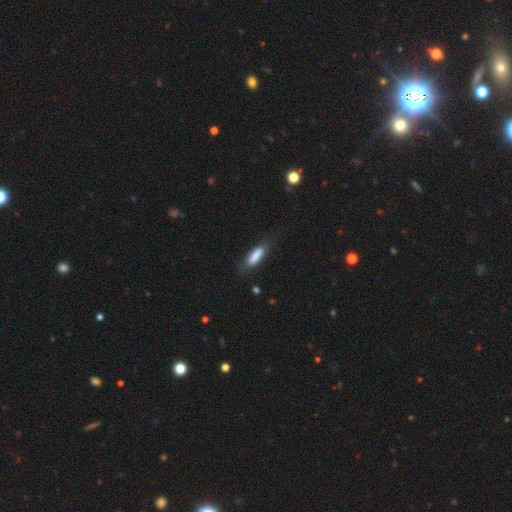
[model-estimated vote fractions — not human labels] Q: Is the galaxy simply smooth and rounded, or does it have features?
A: smooth — 82%.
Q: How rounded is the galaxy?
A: cigar-shaped — 51%.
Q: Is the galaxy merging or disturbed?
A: none — 70%.